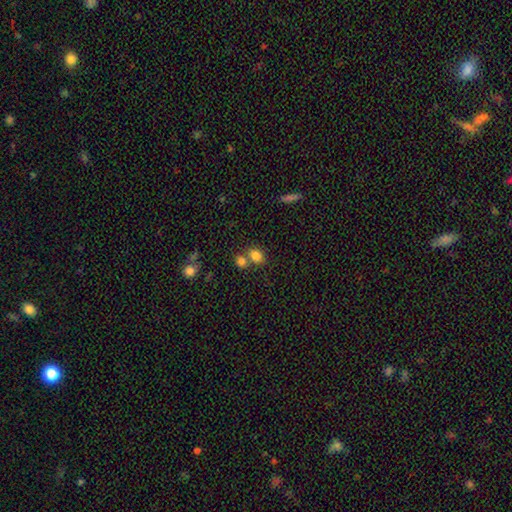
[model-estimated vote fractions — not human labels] Smooth or featured: smooth — 81% (star or artifact — 11%)
How rounded: round — 56% (in between — 42%)
Merging: none — 51% (merger — 37%)